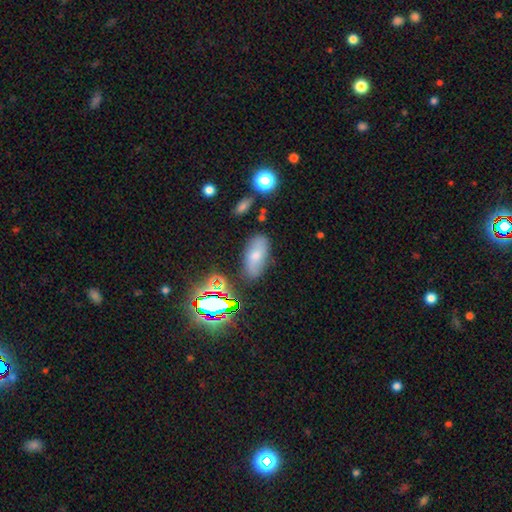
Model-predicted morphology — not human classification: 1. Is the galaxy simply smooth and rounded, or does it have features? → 63% smooth, 24% featured or disk, 13% star or artifact.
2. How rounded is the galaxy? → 89% in between, 7% cigar-shaped, 4% round.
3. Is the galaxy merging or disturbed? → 76% none, 16% minor disturbance, 5% major disturbance, 4% merger.